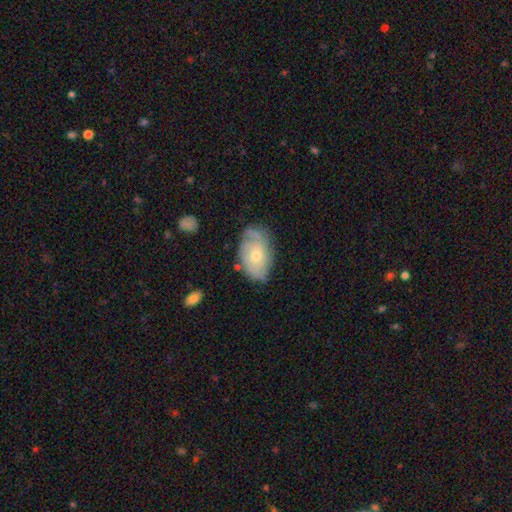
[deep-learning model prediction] Morphology: type=featured or disk (62%); edge-on=no (94%); bar=no (80%); spiral arms=yes (81%); bulge=small (57%); merging=none (64%).